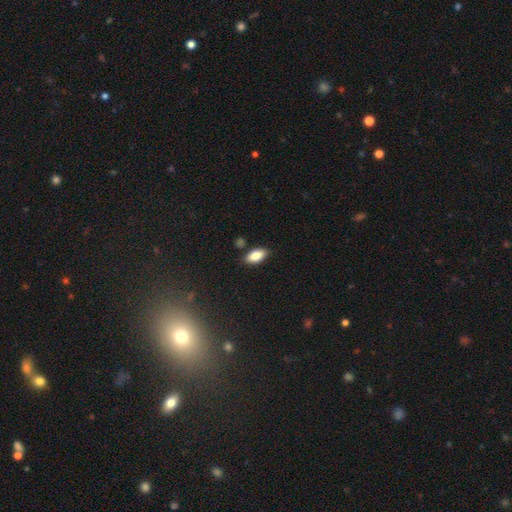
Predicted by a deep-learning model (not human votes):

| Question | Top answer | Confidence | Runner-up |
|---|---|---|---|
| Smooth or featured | smooth | 83% | featured or disk (10%) |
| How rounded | in between | 91% | cigar-shaped (6%) |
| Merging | none | 84% | minor disturbance (11%) |